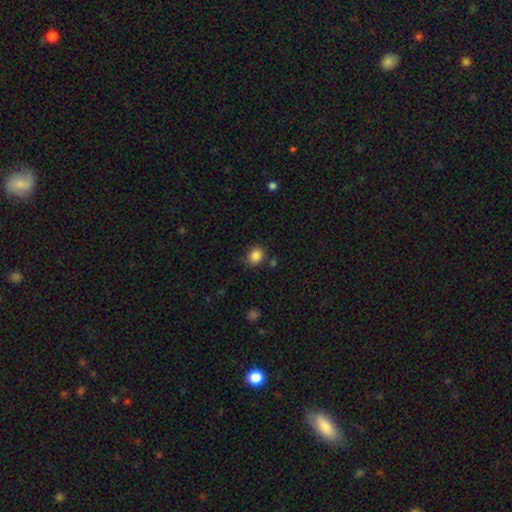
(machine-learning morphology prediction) smooth_or_featured: smooth (p=0.86) [alt: star or artifact p=0.10]
how_rounded: round (p=0.64) [alt: in between p=0.35]
merging: none (p=0.75) [alt: minor disturbance p=0.17]